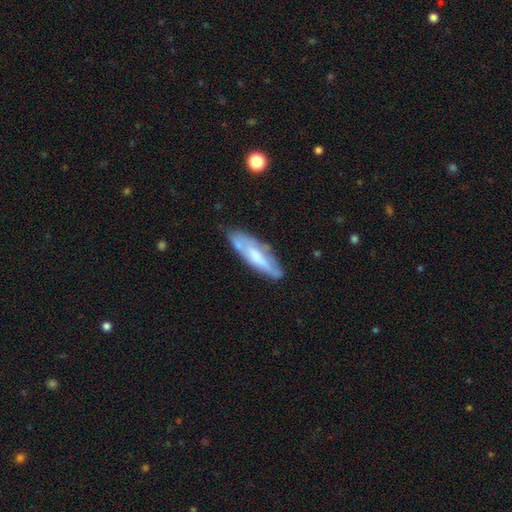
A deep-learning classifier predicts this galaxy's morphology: A smooth galaxy with no disk features (49%). Merging: none (65%).